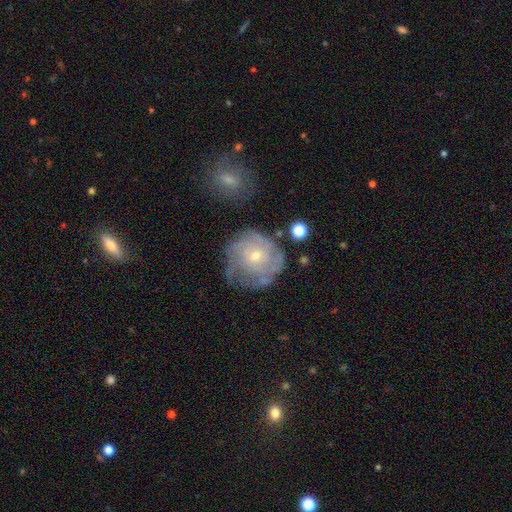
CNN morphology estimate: A featured or disk galaxy (68%) with no bar (81%), tight (67%) spiral arms (80%) and a small central bulge (62%). Merging: none (64%).